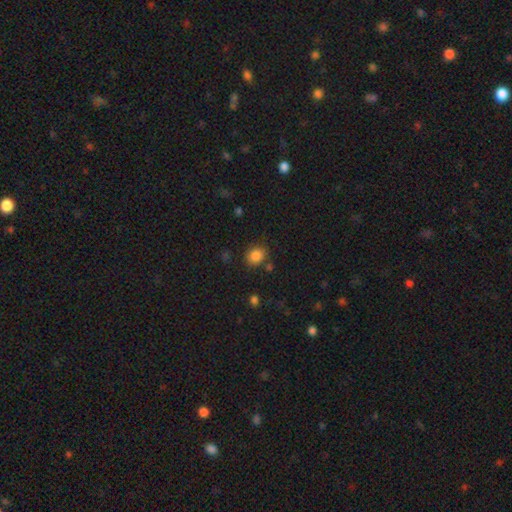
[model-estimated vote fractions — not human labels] A smooth galaxy with no disk features (85%) that is round (64%). Merging: none (81%).